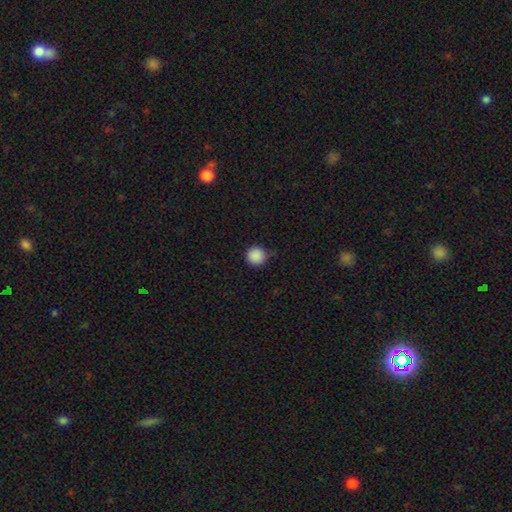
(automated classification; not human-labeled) smooth-or-featured: smooth: 88% | star or artifact: 9% | featured or disk: 3%
  how-rounded: round: 96% | in between: 3% | cigar-shaped: 1%
  merging: none: 81% | minor disturbance: 15% | major disturbance: 3% | merger: 1%